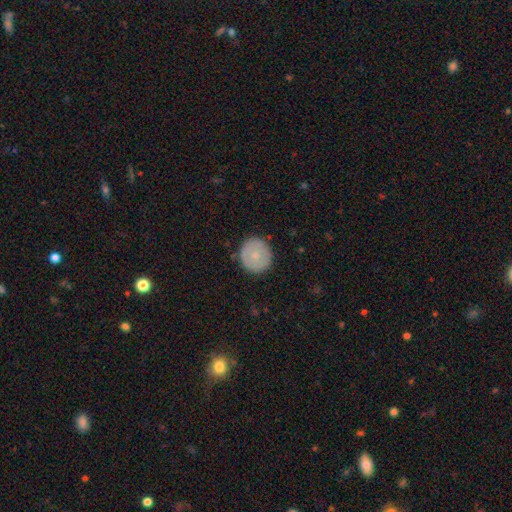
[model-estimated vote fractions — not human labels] Smooth or featured?
  - smooth: 74% *
  - featured or disk: 19%
  - star or artifact: 7%
How rounded?
  - round: 94% *
  - in between: 5%
  - cigar-shaped: 1%
Merging?
  - none: 89% *
  - minor disturbance: 8%
  - major disturbance: 2%
  - merger: 1%